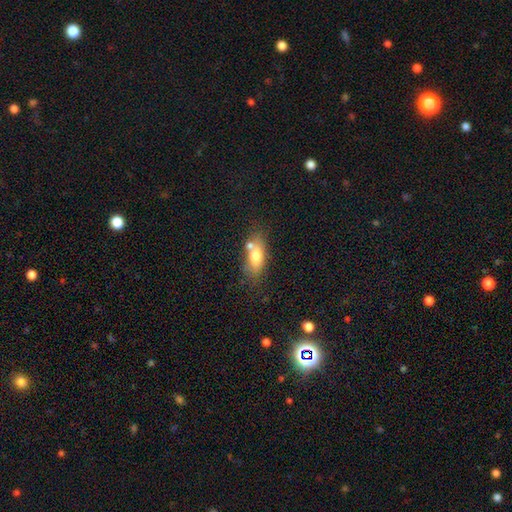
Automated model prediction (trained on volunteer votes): Smooth or featured? Predicted: smooth (p=0.72). How rounded? Predicted: in between (p=0.77). Merging? Predicted: none (p=0.55).